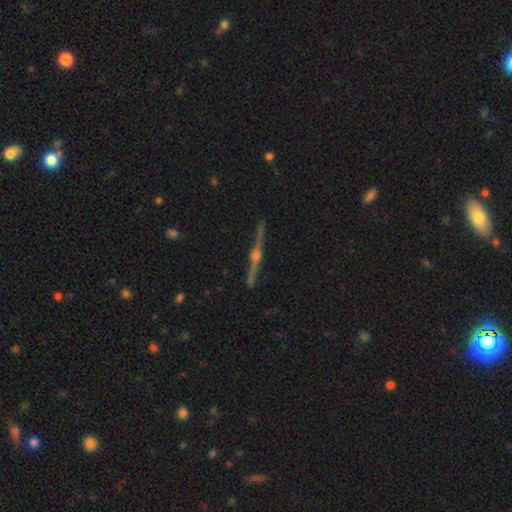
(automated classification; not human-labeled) featured or disk 71%, smooth 15%, star or artifact 14%. Down the decision tree: edge-on disk — yes (93%); edge-on bulge — rounded (89%); merging — none (85%).